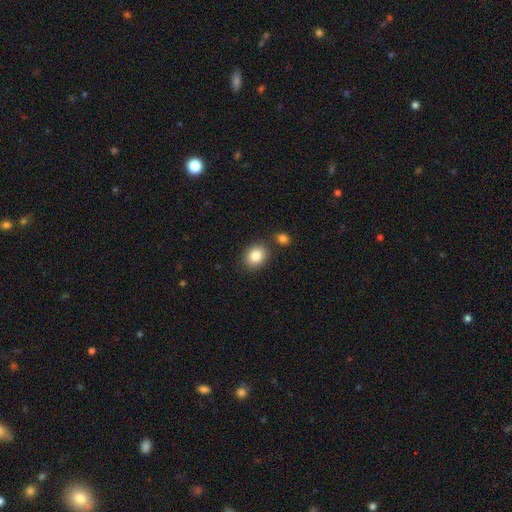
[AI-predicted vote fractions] This appears to be a smooth galaxy with no disk features (85%) that is round (51%). Merging: none (80%).